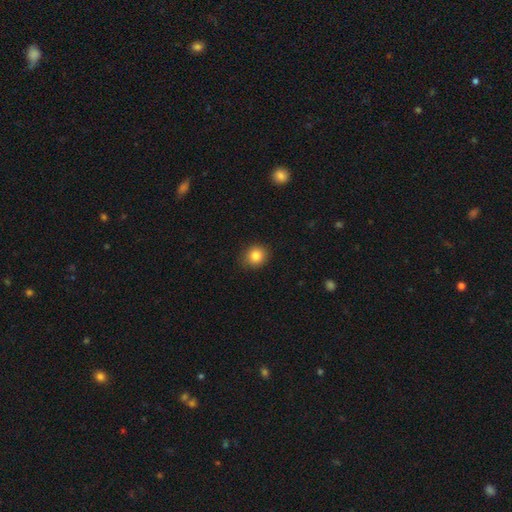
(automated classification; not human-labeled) Smooth or featured? Predicted: smooth (p=0.84). How rounded? Predicted: round (p=0.82). Merging? Predicted: none (p=0.87).